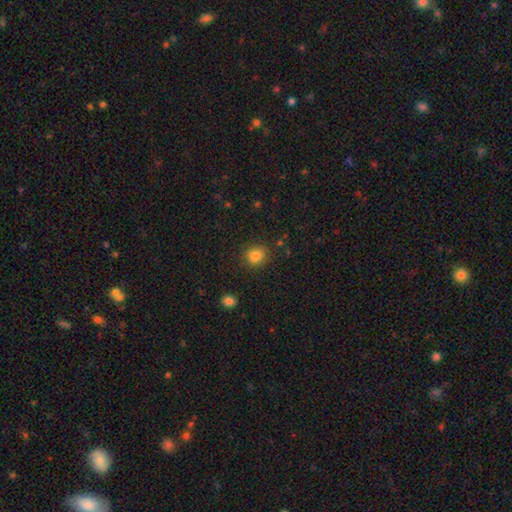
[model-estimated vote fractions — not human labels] Smooth or featured? smooth (81%)
How rounded? round (72%)
Merging? none (78%)